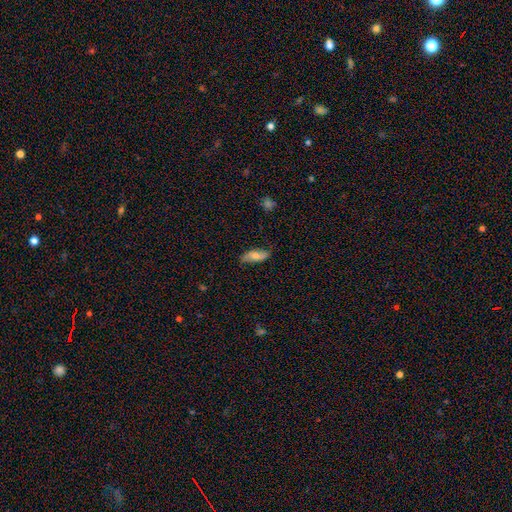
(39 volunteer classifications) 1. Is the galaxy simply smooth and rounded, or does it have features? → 74% smooth, 23% featured or disk, 3% star or artifact.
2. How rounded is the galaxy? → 76% in between, 24% cigar-shaped, 0% round.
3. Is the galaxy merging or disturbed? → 87% none, 13% minor disturbance, 0% major disturbance, 0% merger.